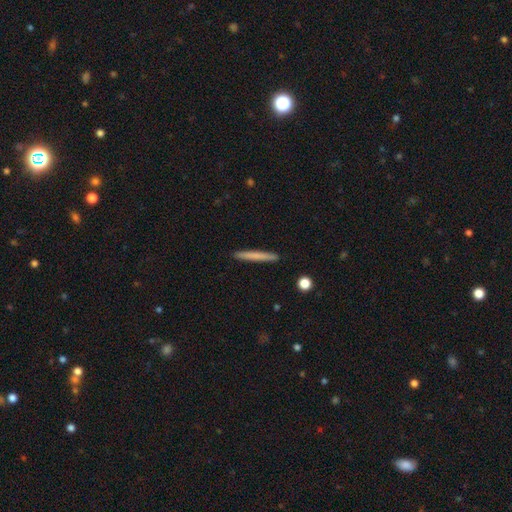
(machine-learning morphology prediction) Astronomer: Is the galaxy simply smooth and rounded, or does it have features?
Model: smooth — 70%.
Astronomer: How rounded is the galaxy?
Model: cigar-shaped — 97%.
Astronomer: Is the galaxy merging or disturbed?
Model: none — 92%.